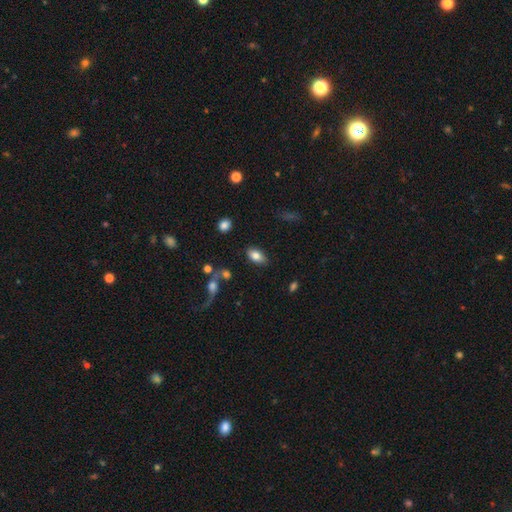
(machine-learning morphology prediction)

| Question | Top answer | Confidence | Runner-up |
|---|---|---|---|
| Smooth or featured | smooth | 78% | featured or disk (14%) |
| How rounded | in between | 92% | round (5%) |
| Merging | none | 83% | minor disturbance (11%) |